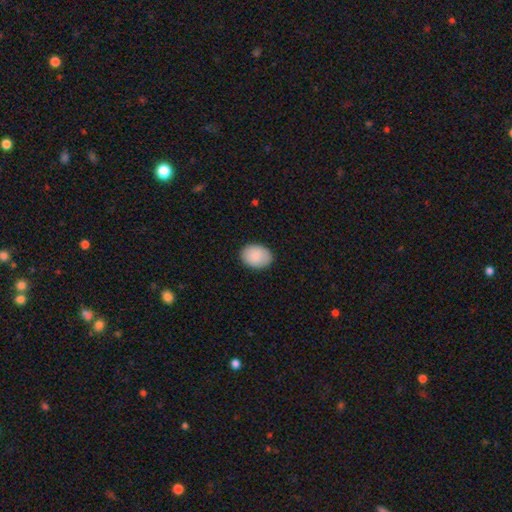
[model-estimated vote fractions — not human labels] Smooth or featured? smooth (90%)
How rounded? in between (67%)
Merging? none (88%)